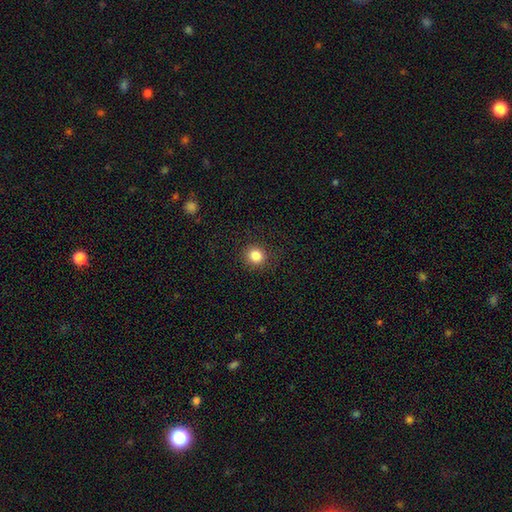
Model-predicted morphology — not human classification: Smooth or featured?
  - smooth: 84% *
  - star or artifact: 11%
  - featured or disk: 5%
How rounded?
  - round: 89% *
  - in between: 10%
  - cigar-shaped: 1%
Merging?
  - none: 89% *
  - minor disturbance: 7%
  - major disturbance: 3%
  - merger: 1%